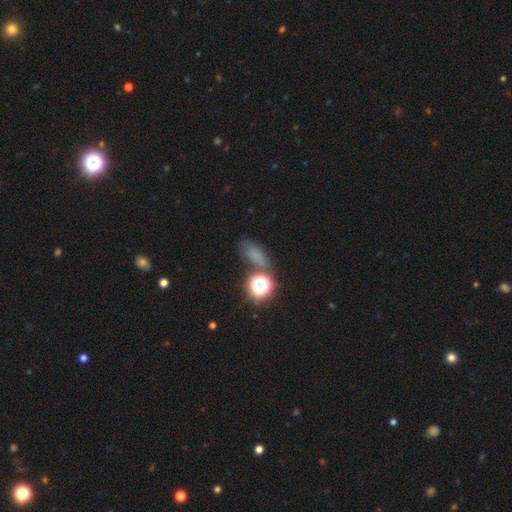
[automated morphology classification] A smooth galaxy with no disk features (53%) that is in between round and cigar-shaped (69%). Merging: none (56%).